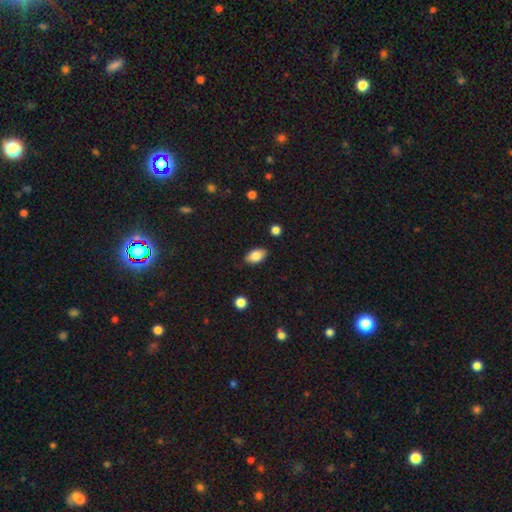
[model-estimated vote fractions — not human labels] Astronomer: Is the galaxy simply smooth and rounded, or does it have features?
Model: smooth — 82%.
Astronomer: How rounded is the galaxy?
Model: in between — 92%.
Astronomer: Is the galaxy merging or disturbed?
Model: none — 86%.